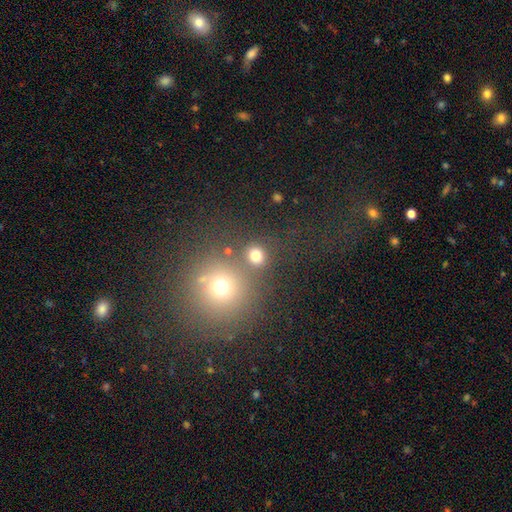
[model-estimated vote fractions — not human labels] A smooth galaxy with no disk features (76%) that is round (82%).

Vote fractions:
- Smooth or featured? smooth: 76% / star or artifact: 18% / featured or disk: 6%
- How rounded? round: 82% / in between: 17% / cigar-shaped: 1%
- Merging? none: 70% / merger: 17% / minor disturbance: 8% / major disturbance: 4%